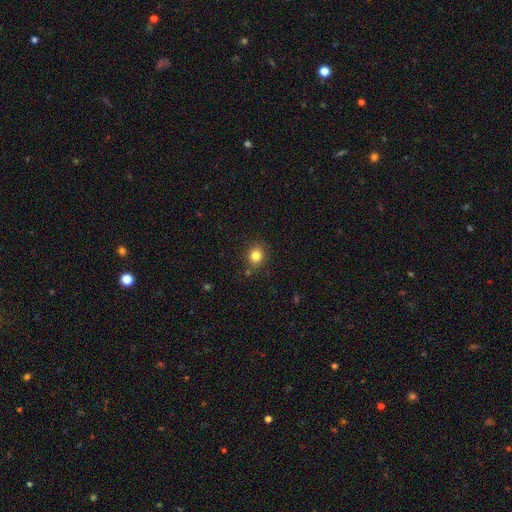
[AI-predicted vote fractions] This is clearly a smooth galaxy (82%). How rounded: likely round (68%). Merging: clearly none (82%).